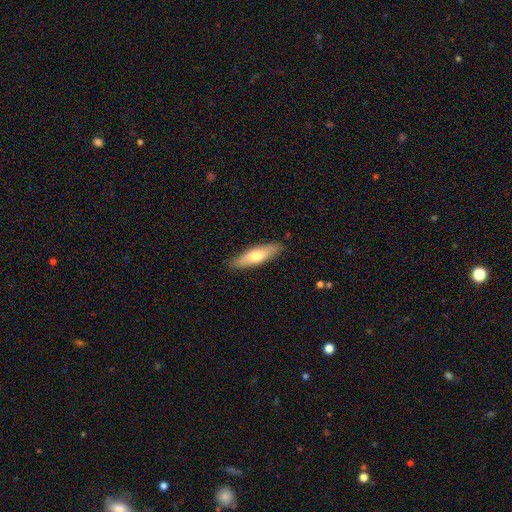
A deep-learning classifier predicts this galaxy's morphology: Smooth or featured?
  - smooth: 63% *
  - featured or disk: 31%
  - star or artifact: 5%
How rounded?
  - cigar-shaped: 62% *
  - in between: 36%
  - round: 2%
Merging?
  - none: 88% *
  - minor disturbance: 9%
  - major disturbance: 2%
  - merger: 1%